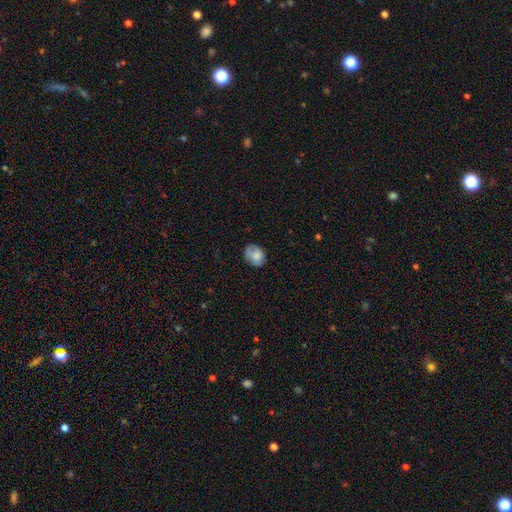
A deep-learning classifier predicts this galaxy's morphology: This is likely a smooth galaxy (79%). How rounded: possibly in between (55%). Merging: likely none (68%).